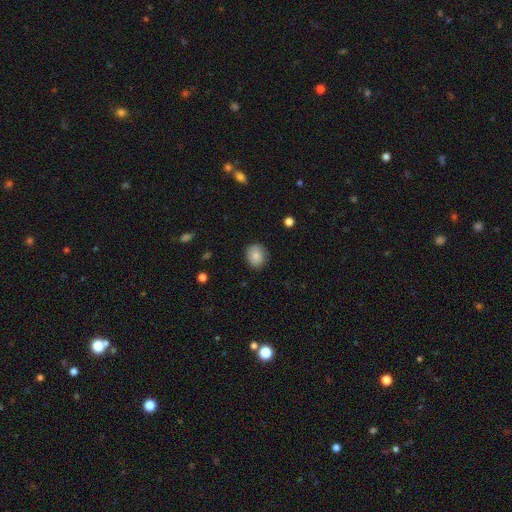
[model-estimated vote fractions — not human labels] Morphology: type=smooth (83%); roundness=round (70%); merging=none (86%).